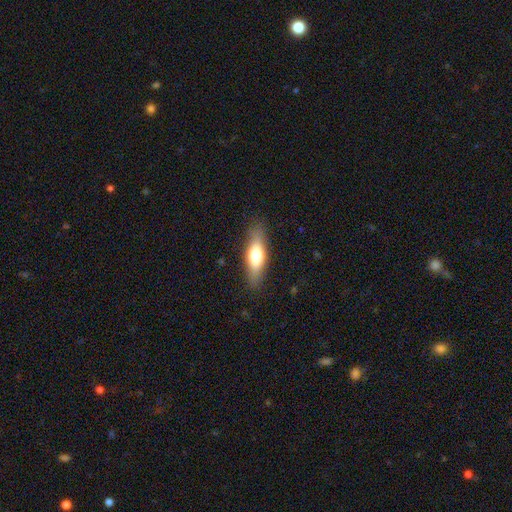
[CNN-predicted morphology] smooth-or-featured: smooth: 61% | featured or disk: 32% | star or artifact: 6%
  how-rounded: in between: 49% | cigar-shaped: 48% | round: 3%
  merging: none: 84% | minor disturbance: 12% | major disturbance: 3% | merger: 1%